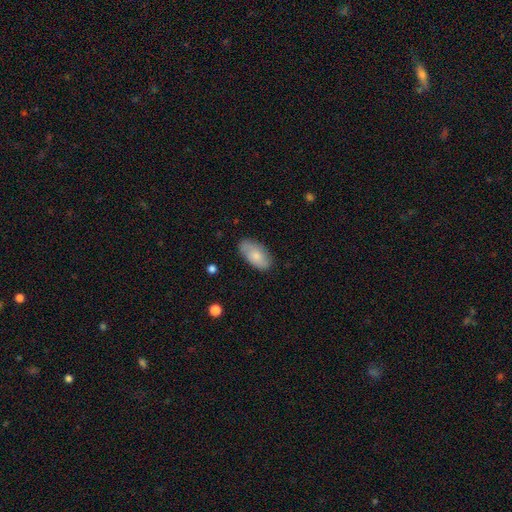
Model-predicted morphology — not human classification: type=smooth (74%); roundness=in between (94%); merging=none (80%).